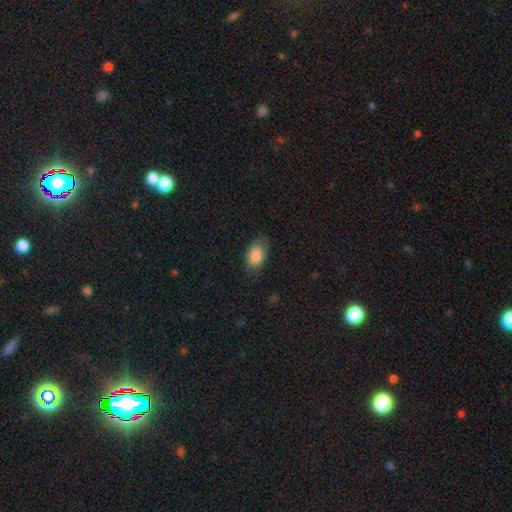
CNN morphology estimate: Smooth or featured?
  - smooth: 86% *
  - featured or disk: 7%
  - star or artifact: 7%
How rounded?
  - in between: 90% *
  - round: 9%
  - cigar-shaped: 2%
Merging?
  - none: 74% *
  - minor disturbance: 20%
  - major disturbance: 5%
  - merger: 1%